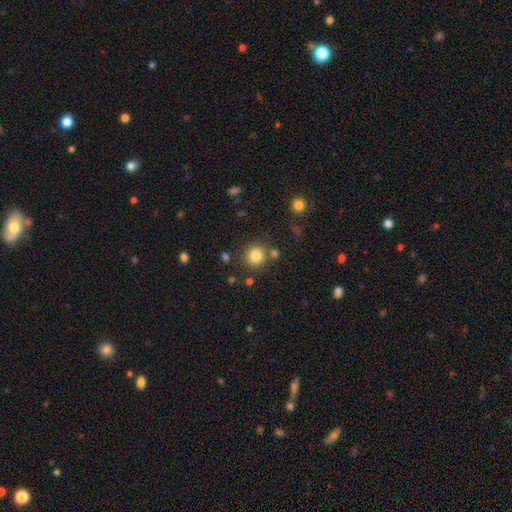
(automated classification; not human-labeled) smooth 82%, star or artifact 11%, featured or disk 6%. Down the decision tree: how rounded — round (87%); merging — none (80%).